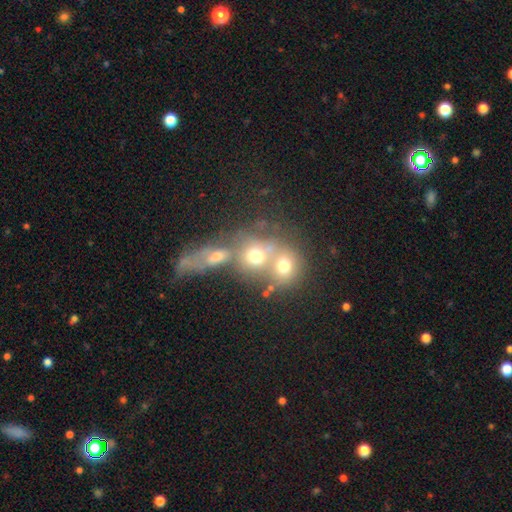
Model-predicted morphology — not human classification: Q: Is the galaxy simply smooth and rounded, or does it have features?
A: smooth — 43%.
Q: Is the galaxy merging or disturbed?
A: merger — 74%.